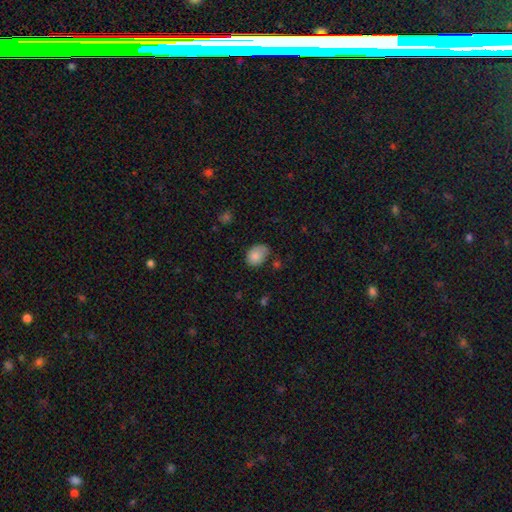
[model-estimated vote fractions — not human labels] Smooth or featured: smooth — 83% (featured or disk — 9%)
How rounded: in between — 75% (round — 24%)
Merging: none — 53% (minor disturbance — 34%)